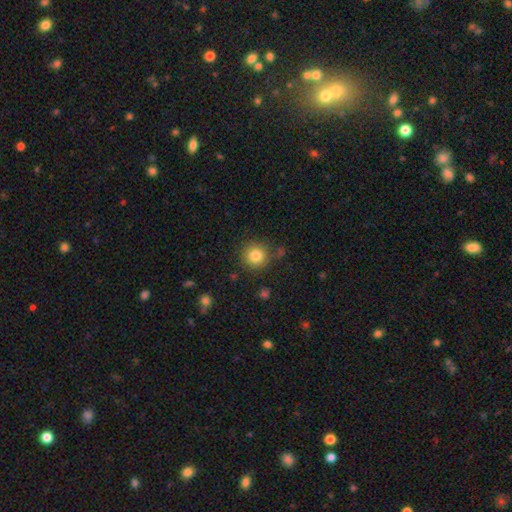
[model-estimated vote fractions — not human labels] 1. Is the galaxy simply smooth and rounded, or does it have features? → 82% smooth, 11% star or artifact, 7% featured or disk.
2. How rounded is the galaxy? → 93% round, 6% in between, 1% cigar-shaped.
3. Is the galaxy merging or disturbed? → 85% none, 9% minor disturbance, 4% merger, 3% major disturbance.